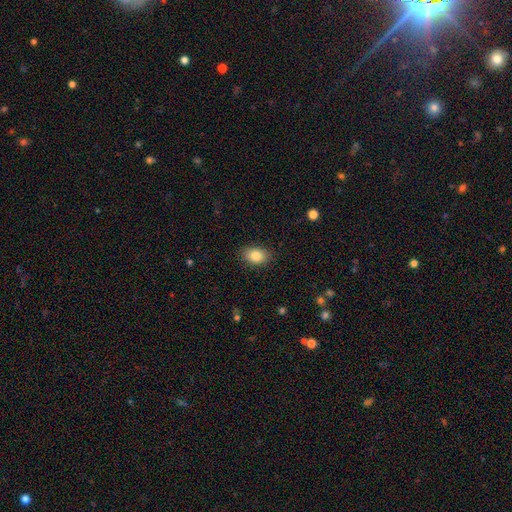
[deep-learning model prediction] smooth 86%, star or artifact 8%, featured or disk 7%. Down the decision tree: how rounded — in between (83%); merging — none (86%).